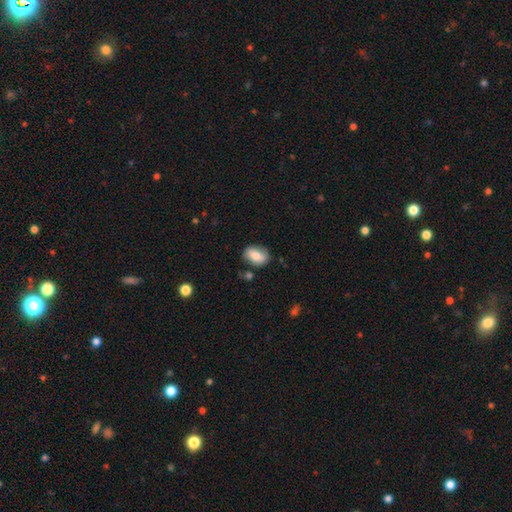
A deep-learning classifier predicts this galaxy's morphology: The model was most divided on "smooth or featured": smooth: 75%, featured or disk: 18%, star or artifact: 7%. More confident: how rounded — in between (81%); merging — none (76%).